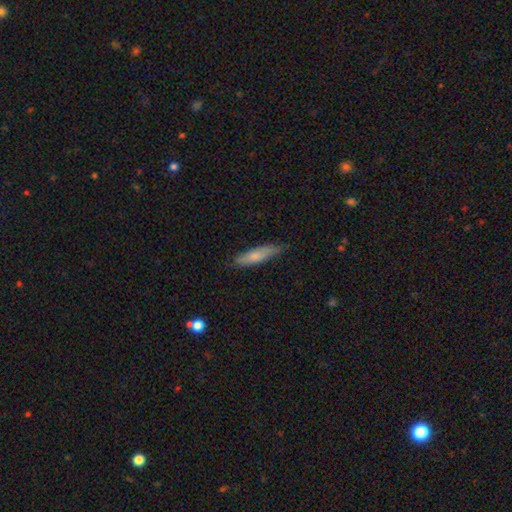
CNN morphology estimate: This is likely a smooth galaxy (74%). How rounded: likely cigar-shaped (77%). Merging: likely none (78%).